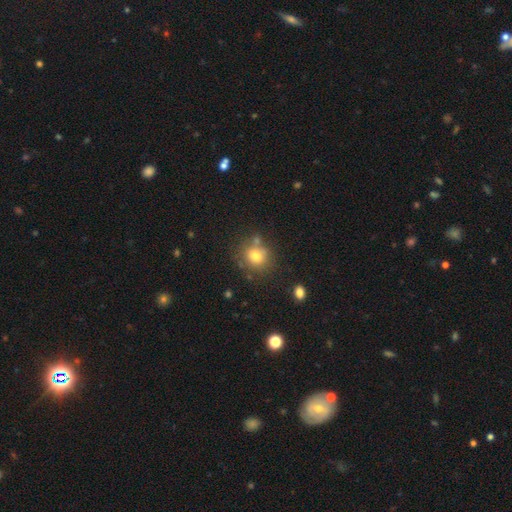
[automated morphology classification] A smooth galaxy with no disk features (76%) that is round (79%). Merging: none (71%).